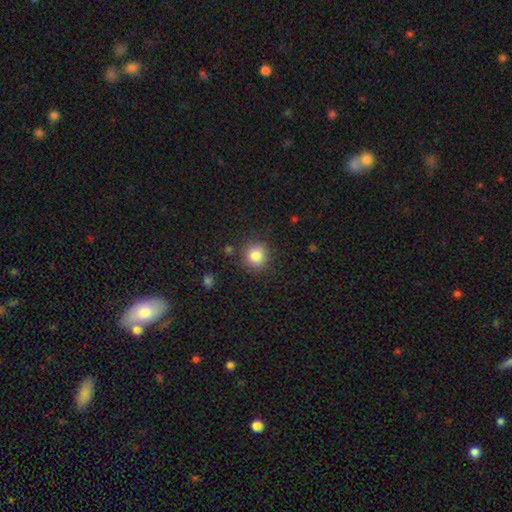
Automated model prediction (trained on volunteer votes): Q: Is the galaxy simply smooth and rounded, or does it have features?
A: smooth — 84%.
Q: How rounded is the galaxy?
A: round — 90%.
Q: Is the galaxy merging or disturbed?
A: none — 86%.